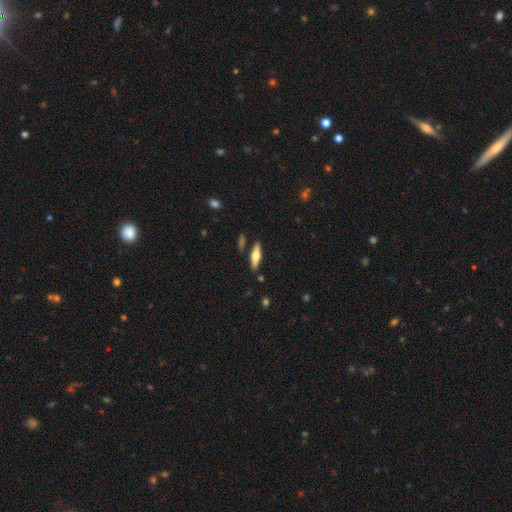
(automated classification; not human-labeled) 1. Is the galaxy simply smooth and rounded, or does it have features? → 56% featured or disk, 38% smooth, 6% star or artifact.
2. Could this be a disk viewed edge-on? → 93% yes, 7% no.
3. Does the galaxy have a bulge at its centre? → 94% rounded, 4% boxy, 2% none.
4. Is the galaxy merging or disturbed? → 84% none, 10% minor disturbance, 4% merger, 3% major disturbance.